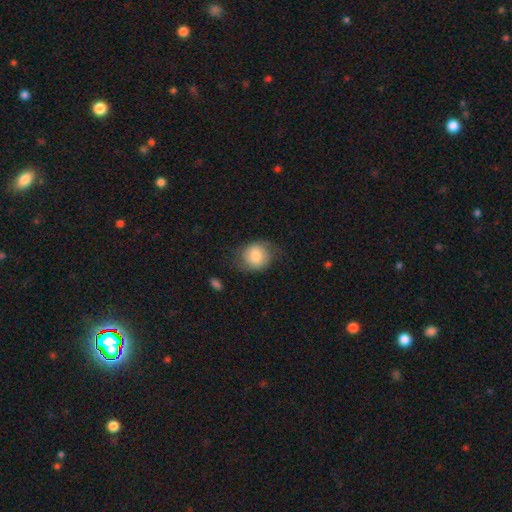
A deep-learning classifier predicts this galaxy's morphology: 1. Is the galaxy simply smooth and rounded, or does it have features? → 72% smooth, 21% featured or disk, 7% star or artifact.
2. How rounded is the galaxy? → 75% round, 24% in between, 1% cigar-shaped.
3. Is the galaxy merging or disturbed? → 64% none, 24% minor disturbance, 11% major disturbance, 1% merger.